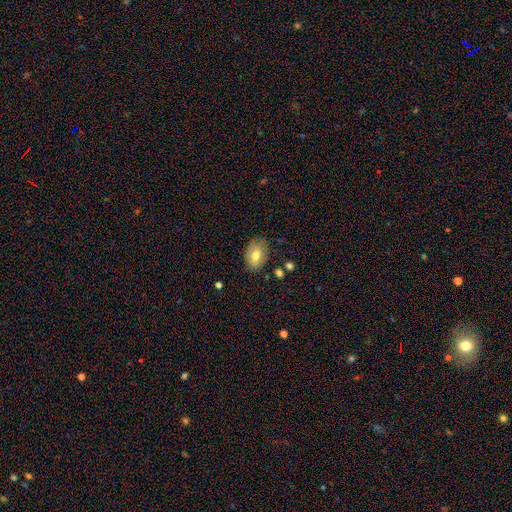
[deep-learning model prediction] A smooth galaxy with no disk features (71%) that is in between round and cigar-shaped (85%). Merging: none (75%).